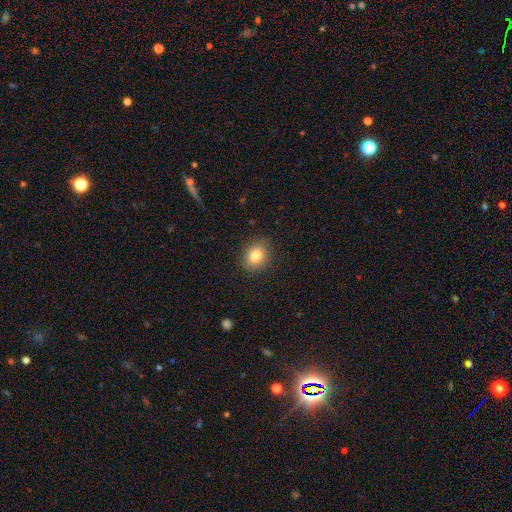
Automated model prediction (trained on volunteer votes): smooth_or_featured: smooth (p=0.82) [alt: star or artifact p=0.10]
how_rounded: round (p=0.50) [alt: in between p=0.49]
merging: none (p=0.88) [alt: minor disturbance p=0.09]